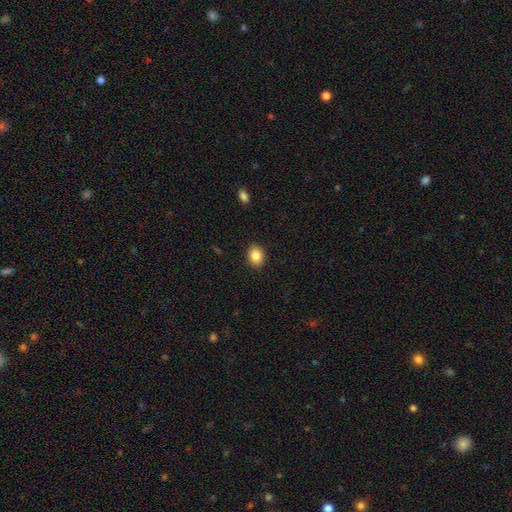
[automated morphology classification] A smooth galaxy with no disk features (86%) that is in between round and cigar-shaped (62%).

Vote fractions:
- Smooth or featured? smooth: 86% / star or artifact: 9% / featured or disk: 5%
- How rounded? in between: 62% / round: 37% / cigar-shaped: 1%
- Merging? none: 90% / minor disturbance: 7% / major disturbance: 2% / merger: 1%